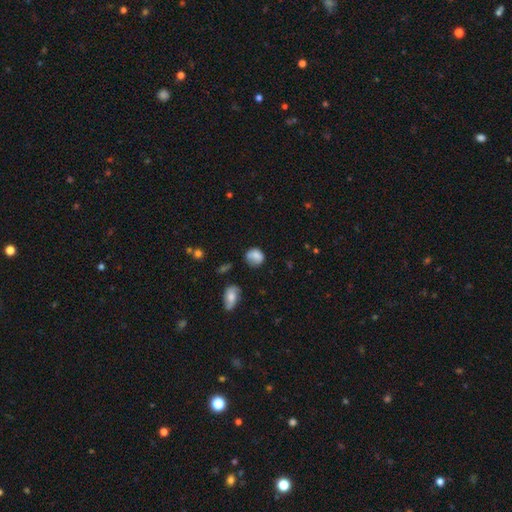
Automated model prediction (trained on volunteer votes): This appears to be a smooth galaxy with no disk features (78%) that is round (60%). Merging: none (51%).